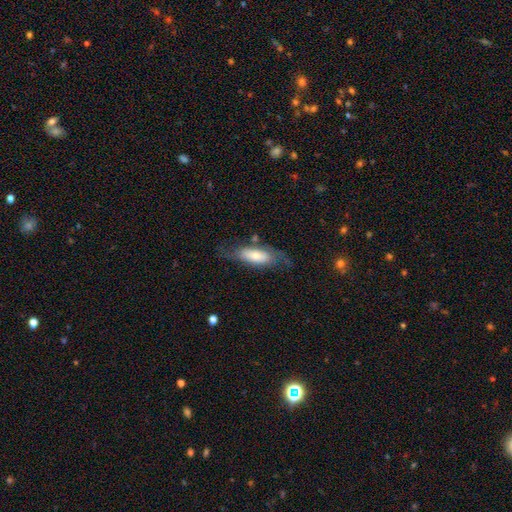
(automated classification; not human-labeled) smooth-or-featured: smooth: 59% | featured or disk: 35% | star or artifact: 7%
  how-rounded: in between: 72% | cigar-shaped: 26% | round: 2%
  merging: none: 56% | minor disturbance: 25% | major disturbance: 14% | merger: 4%